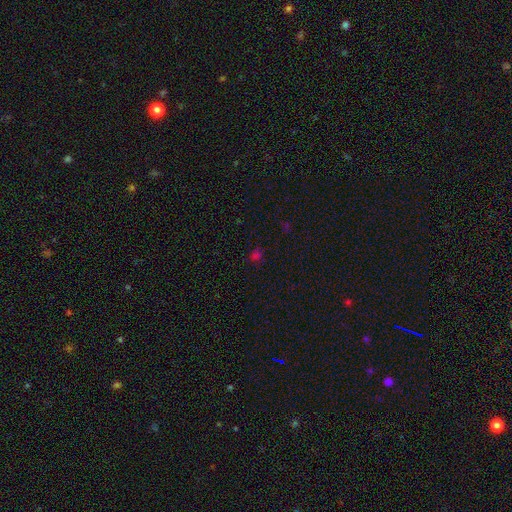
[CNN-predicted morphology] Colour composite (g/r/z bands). It shows a smooth galaxy with no disk features (58%) that is round (63%). Merging: none (79%).